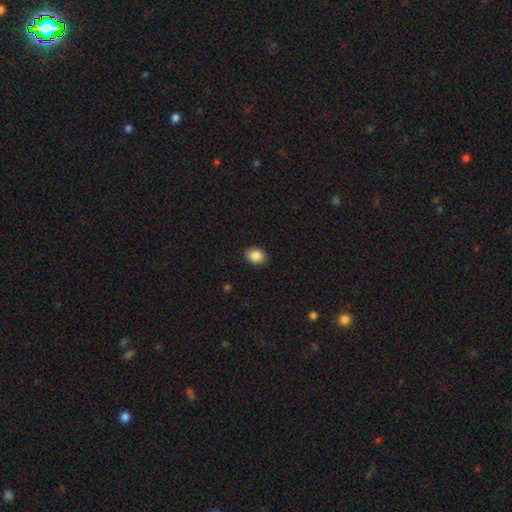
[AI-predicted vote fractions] This is clearly a smooth galaxy (88%). How rounded: likely in between (66%). Merging: clearly none (90%).